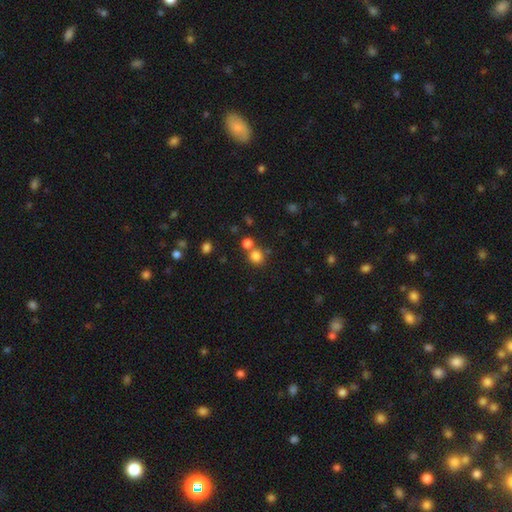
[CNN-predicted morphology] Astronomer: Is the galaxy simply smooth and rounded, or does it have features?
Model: smooth — 80%.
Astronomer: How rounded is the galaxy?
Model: round — 88%.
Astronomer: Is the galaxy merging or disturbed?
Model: none — 63%.